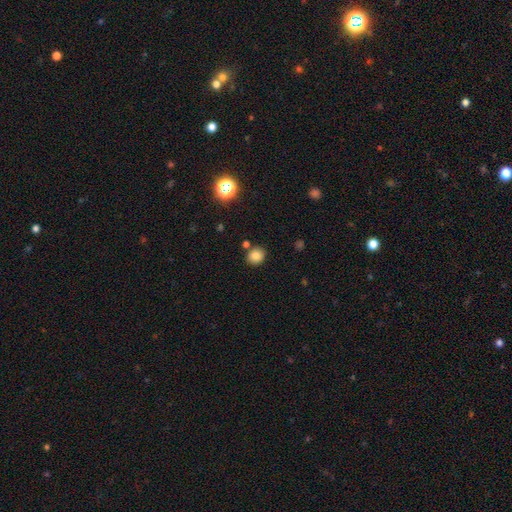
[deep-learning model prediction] Smooth or featured? Predicted: smooth (p=0.82). How rounded? Predicted: round (p=0.70). Merging? Predicted: none (p=0.81).